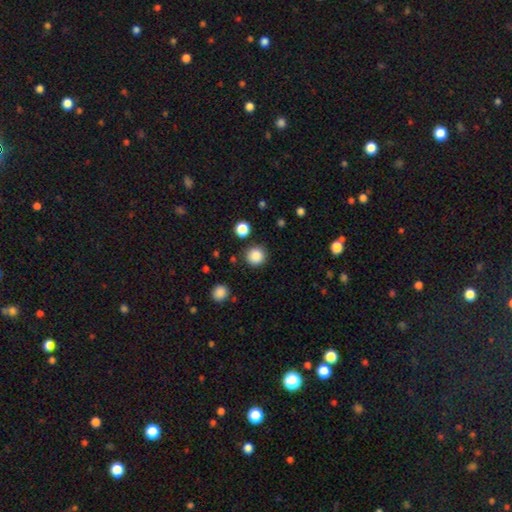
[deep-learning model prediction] Morphology: type=smooth (87%); roundness=round (94%); merging=none (88%).